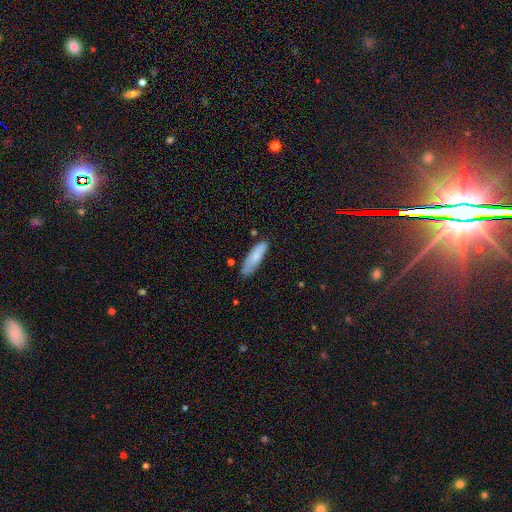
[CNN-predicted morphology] The model was most divided on "how rounded": cigar-shaped: 54%, in between: 44%, round: 2%. More confident: smooth or featured — smooth (78%); merging — none (76%).